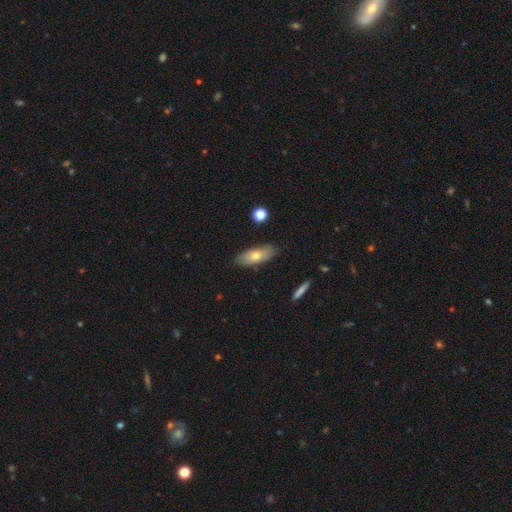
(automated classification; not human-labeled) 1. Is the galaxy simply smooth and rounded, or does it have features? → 66% smooth, 28% featured or disk, 6% star or artifact.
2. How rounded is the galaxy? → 75% in between, 22% cigar-shaped, 3% round.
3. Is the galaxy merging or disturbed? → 84% none, 12% minor disturbance, 2% major disturbance, 2% merger.